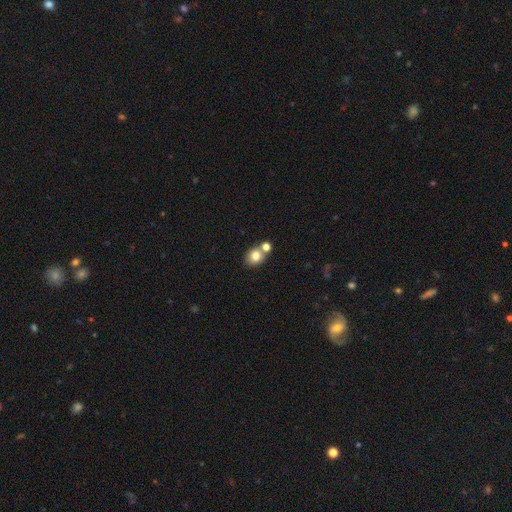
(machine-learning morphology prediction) This appears to be a smooth galaxy with no disk features (78%) that is round (56%). Merging: none (55%).